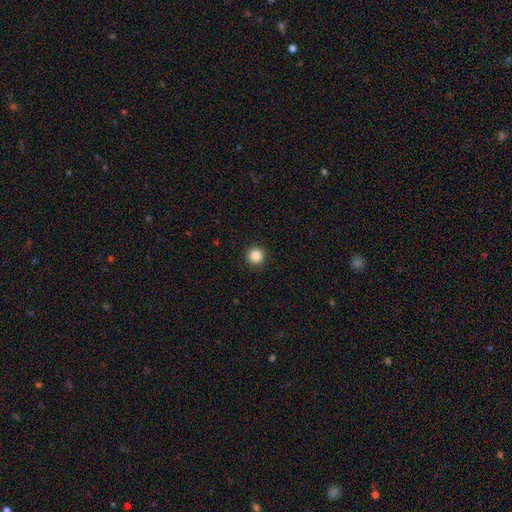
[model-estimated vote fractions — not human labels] Overall: smooth (87%). How rounded: round (96%). Merging: none (93%).